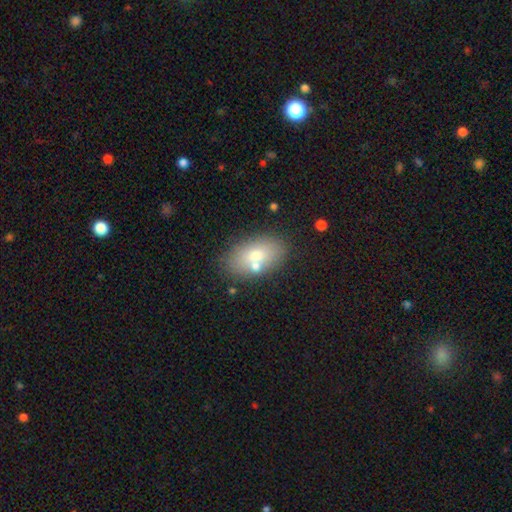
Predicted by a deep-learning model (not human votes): Q: Smooth or featured?
A: smooth (70%); runner-up: featured or disk (20%)
Q: How rounded?
A: in between (90%); runner-up: round (8%)
Q: Merging?
A: none (71%); runner-up: merger (13%)